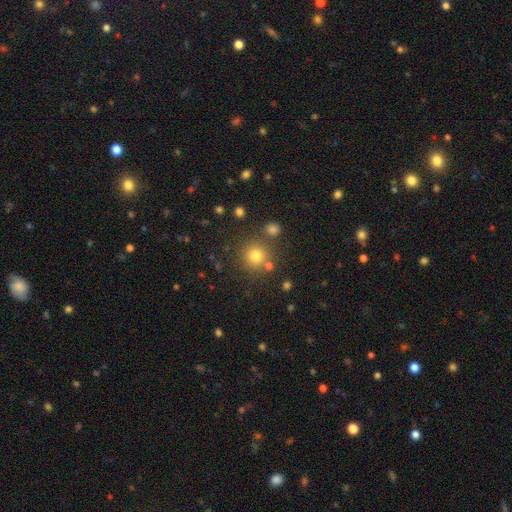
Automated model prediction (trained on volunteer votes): smooth_or_featured: smooth (p=0.77) [alt: star or artifact p=0.16]
how_rounded: round (p=0.93) [alt: in between p=0.06]
merging: none (p=0.80) [alt: minor disturbance p=0.08]